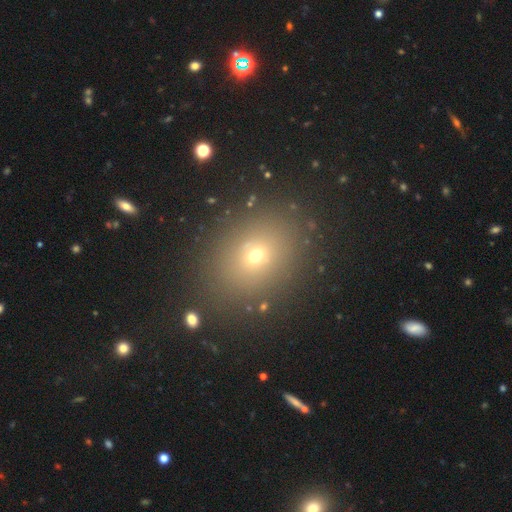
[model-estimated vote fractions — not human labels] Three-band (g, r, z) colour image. It shows a smooth galaxy with no disk features (63%) that is round (56%). Merging: none (88%).